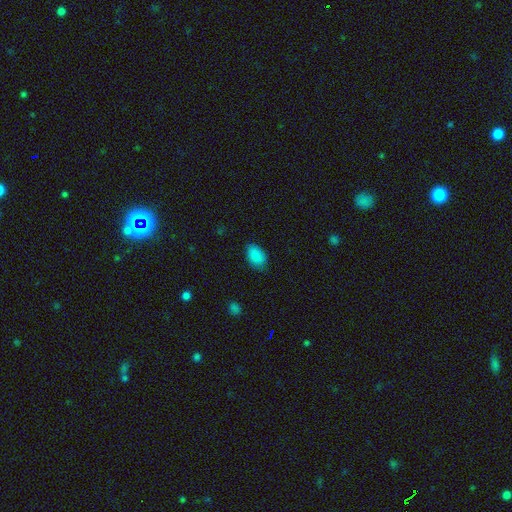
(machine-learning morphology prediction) Smooth or featured: smooth — 88% (star or artifact — 8%)
How rounded: in between — 90% (round — 8%)
Merging: none — 80% (minor disturbance — 15%)